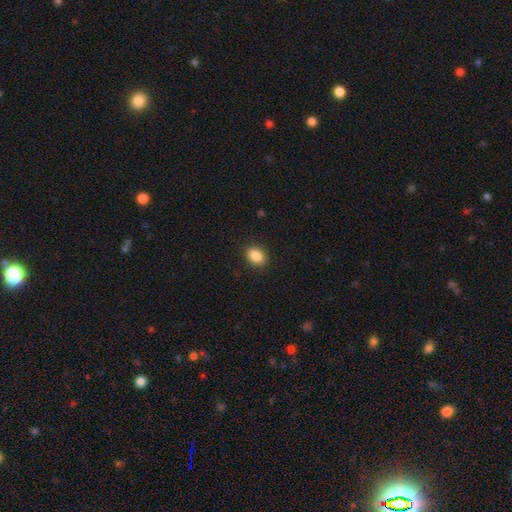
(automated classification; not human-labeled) Morphology: type=smooth (87%); roundness=in between (76%); merging=none (90%).